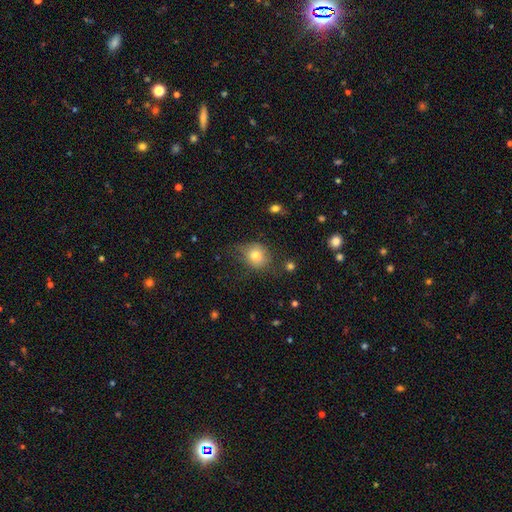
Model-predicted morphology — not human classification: Q: Smooth or featured?
A: smooth (75%); runner-up: featured or disk (13%)
Q: How rounded?
A: round (67%); runner-up: in between (32%)
Q: Merging?
A: none (56%); runner-up: minor disturbance (28%)